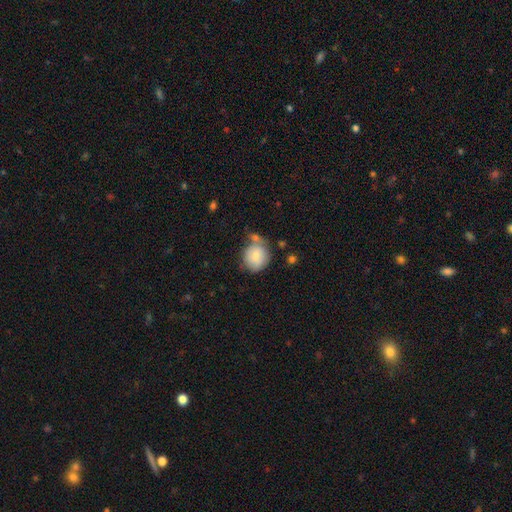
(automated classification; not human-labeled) smooth-or-featured: smooth: 79% | featured or disk: 14% | star or artifact: 7%
  how-rounded: round: 81% | in between: 18% | cigar-shaped: 1%
  merging: none: 52% | minor disturbance: 23% | merger: 18% | major disturbance: 8%